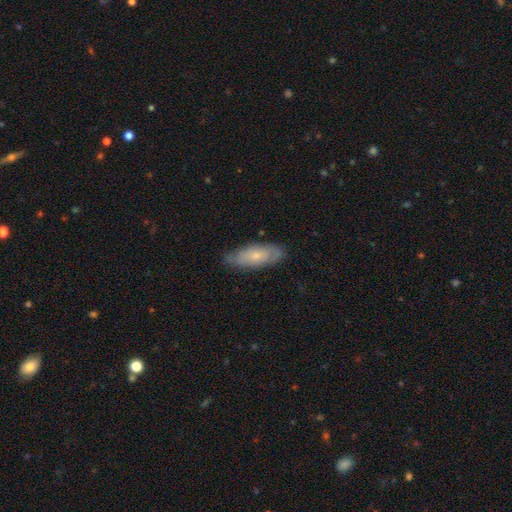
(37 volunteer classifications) Q: Smooth or featured?
A: smooth (59%); runner-up: featured or disk (32%)
Q: How rounded?
A: in between (86%); runner-up: cigar-shaped (14%)
Q: Merging?
A: none (76%); runner-up: minor disturbance (21%)